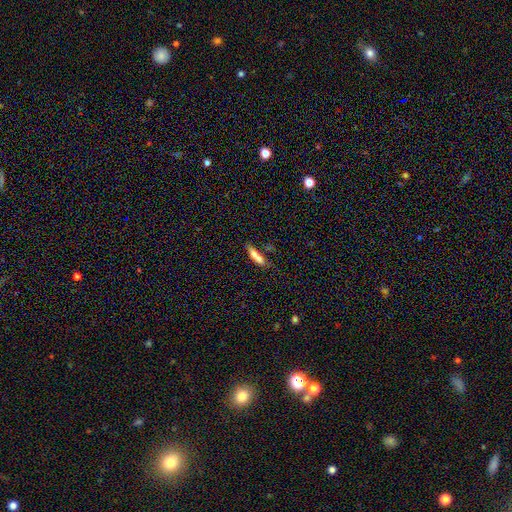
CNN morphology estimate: smooth-or-featured: smooth: 64% | featured or disk: 27% | star or artifact: 10%
  how-rounded: cigar-shaped: 59% | in between: 37% | round: 4%
  merging: merger: 41% | none: 39% | minor disturbance: 14% | major disturbance: 7%